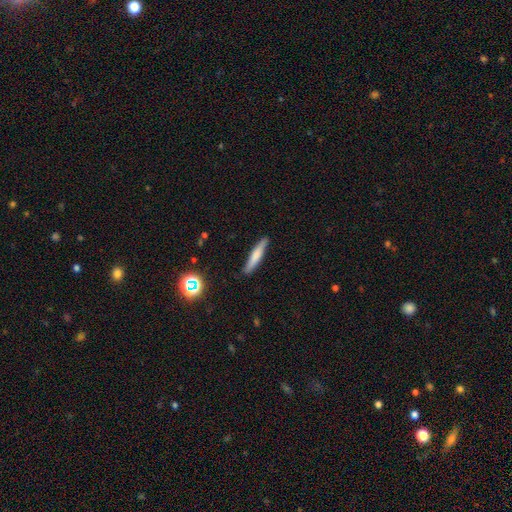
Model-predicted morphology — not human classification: Overall: smooth (67%). How rounded: cigar-shaped (92%). Merging: none (86%).